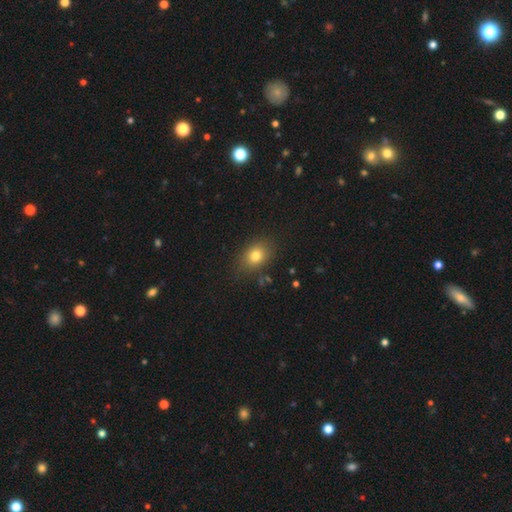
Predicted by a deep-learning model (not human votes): smooth 78%, star or artifact 12%, featured or disk 10%. Down the decision tree: how rounded — in between (60%); merging — none (80%).